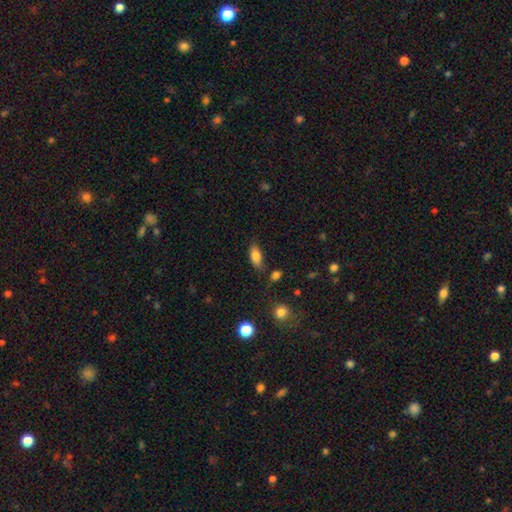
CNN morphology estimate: A smooth galaxy with no disk features (81%) that is in between round and cigar-shaped (86%).

Vote fractions:
- Smooth or featured? smooth: 81% / featured or disk: 10% / star or artifact: 8%
- How rounded? in between: 86% / cigar-shaped: 10% / round: 3%
- Merging? none: 72% / minor disturbance: 18% / merger: 6% / major disturbance: 4%